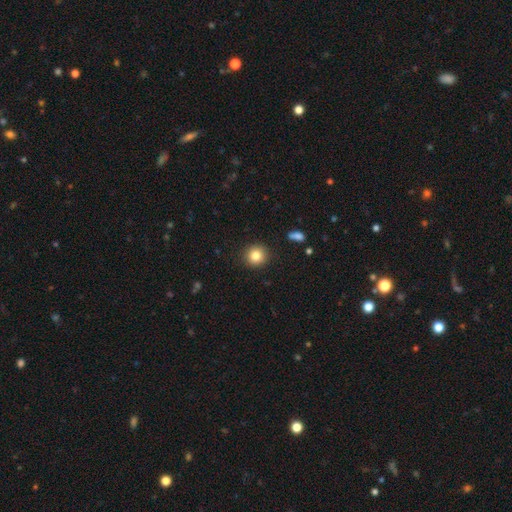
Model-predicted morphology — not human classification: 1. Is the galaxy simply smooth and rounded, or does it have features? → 82% smooth, 11% star or artifact, 7% featured or disk.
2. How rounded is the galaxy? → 91% round, 8% in between, 1% cigar-shaped.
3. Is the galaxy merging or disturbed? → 91% none, 6% minor disturbance, 2% major disturbance, 1% merger.